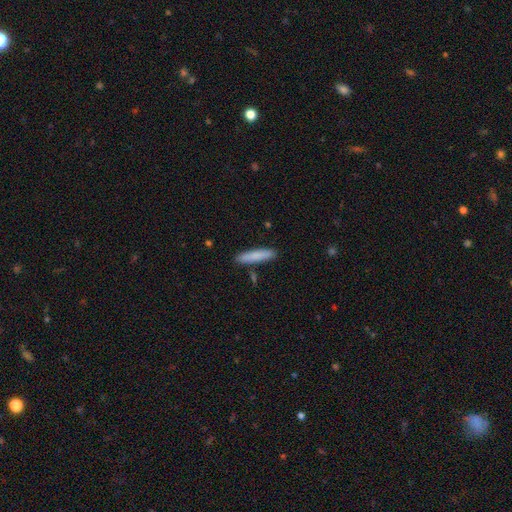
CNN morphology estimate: type=smooth (83%); roundness=cigar-shaped (88%); merging=none (86%).